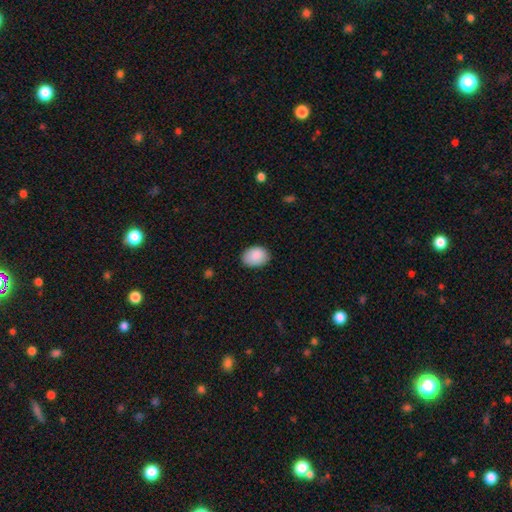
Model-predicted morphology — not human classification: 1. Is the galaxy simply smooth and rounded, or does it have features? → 89% smooth, 7% star or artifact, 4% featured or disk.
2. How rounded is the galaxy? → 72% in between, 27% round, 1% cigar-shaped.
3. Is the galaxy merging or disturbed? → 82% none, 15% minor disturbance, 3% major disturbance, 1% merger.